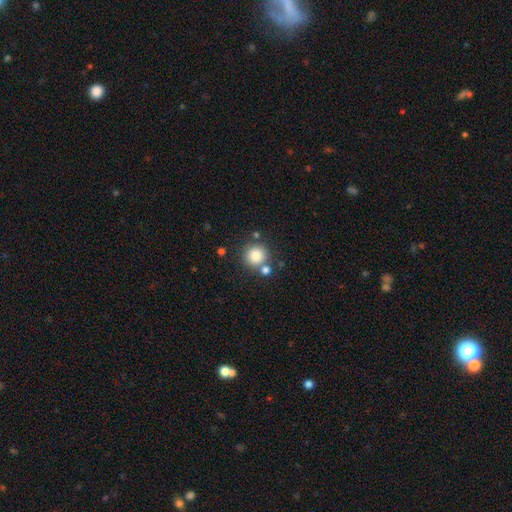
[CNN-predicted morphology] Smooth or featured? smooth (82%)
How rounded? round (93%)
Merging? none (72%)